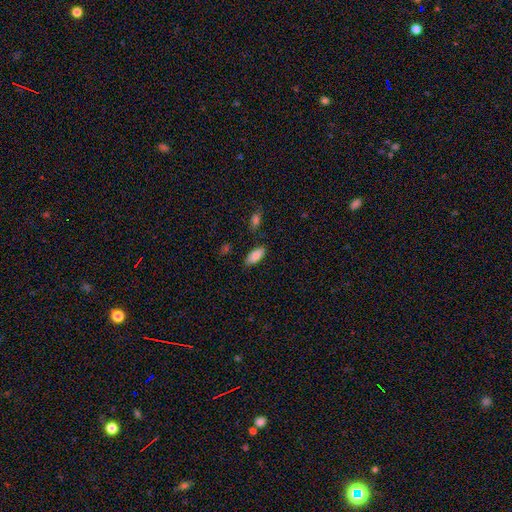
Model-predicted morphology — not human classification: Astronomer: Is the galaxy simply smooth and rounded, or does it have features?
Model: smooth — 85%.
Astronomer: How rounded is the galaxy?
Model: in between — 88%.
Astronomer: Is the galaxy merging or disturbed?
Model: none — 74%.